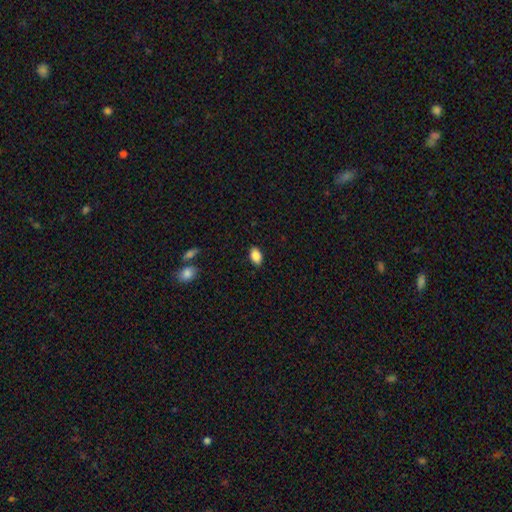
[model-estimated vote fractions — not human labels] Smooth or featured?
  - smooth: 88% *
  - star or artifact: 8%
  - featured or disk: 4%
How rounded?
  - in between: 90% *
  - round: 8%
  - cigar-shaped: 2%
Merging?
  - none: 87% *
  - minor disturbance: 9%
  - major disturbance: 2%
  - merger: 1%